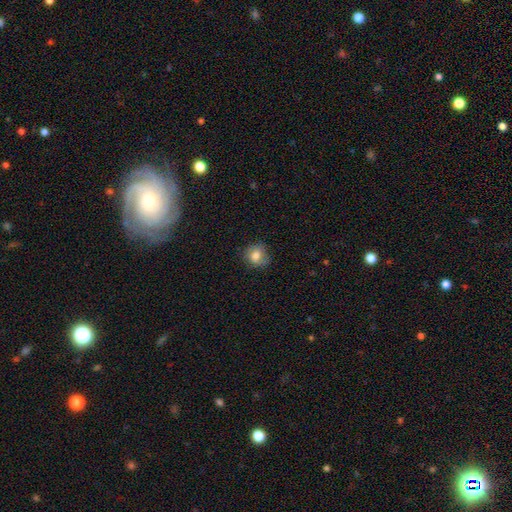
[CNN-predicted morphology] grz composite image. It shows a smooth galaxy with no disk features (78%) that is round (76%). Merging: none (70%).